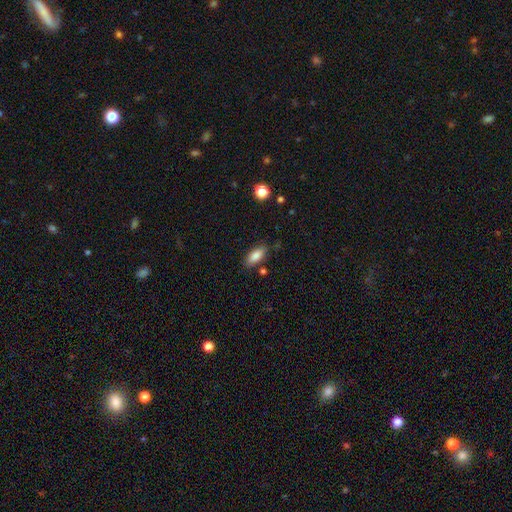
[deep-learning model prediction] The model was most divided on "how rounded": in between: 82%, cigar-shaped: 16%, round: 2%. More confident: smooth or featured — smooth (85%); merging — none (81%).